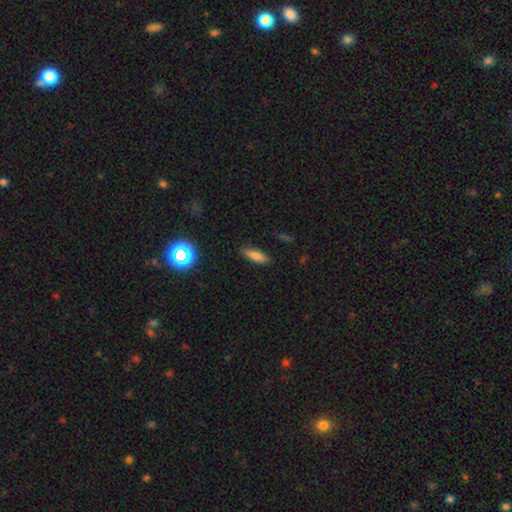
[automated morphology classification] Q: Smooth or featured?
A: smooth (73%); runner-up: featured or disk (16%)
Q: How rounded?
A: cigar-shaped (52%); runner-up: in between (45%)
Q: Merging?
A: none (86%); runner-up: minor disturbance (10%)